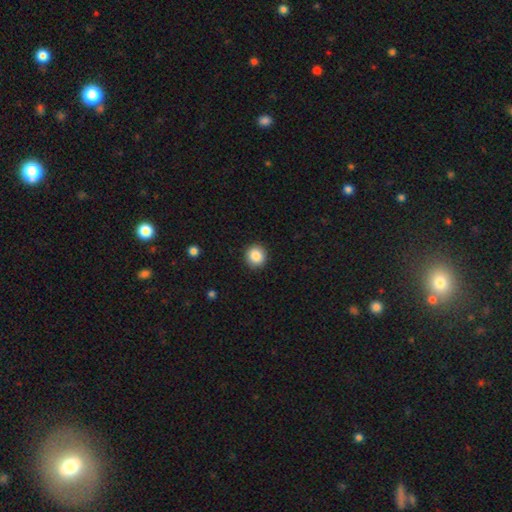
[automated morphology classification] Overall: smooth (86%). How rounded: round (92%). Merging: none (92%).